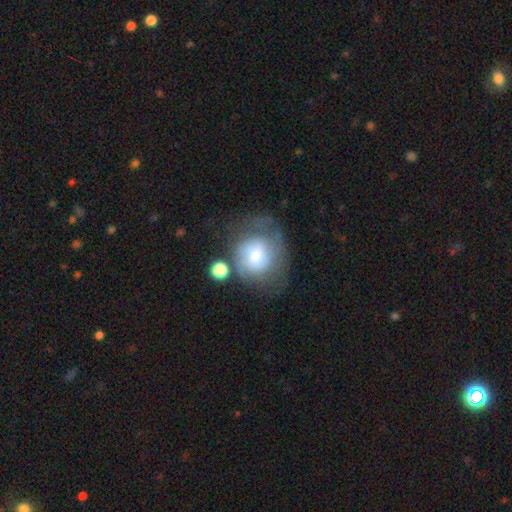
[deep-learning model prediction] smooth_or_featured: smooth (p=0.47) [alt: featured or disk p=0.43]
merging: none (p=0.43) [alt: major disturbance p=0.26]